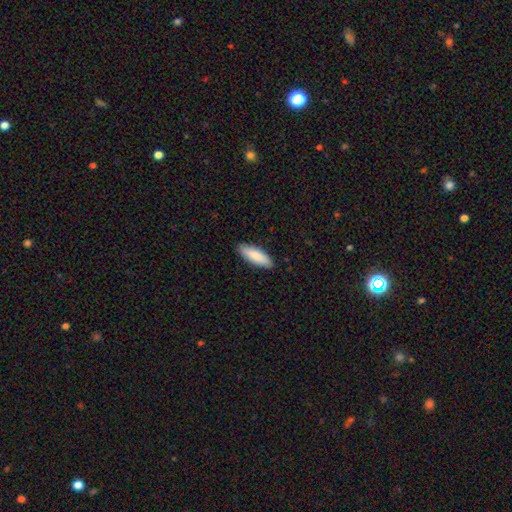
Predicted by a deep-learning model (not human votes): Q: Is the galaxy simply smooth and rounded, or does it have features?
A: smooth — 88%.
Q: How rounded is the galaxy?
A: in between — 58%.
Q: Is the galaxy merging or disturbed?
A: none — 89%.